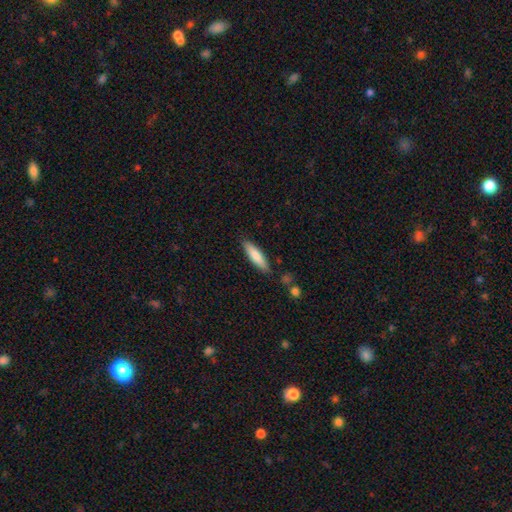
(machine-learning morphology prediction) smooth_or_featured: smooth (p=0.78) [alt: featured or disk p=0.16]
how_rounded: cigar-shaped (p=0.68) [alt: in between p=0.31]
merging: none (p=0.85) [alt: minor disturbance p=0.11]